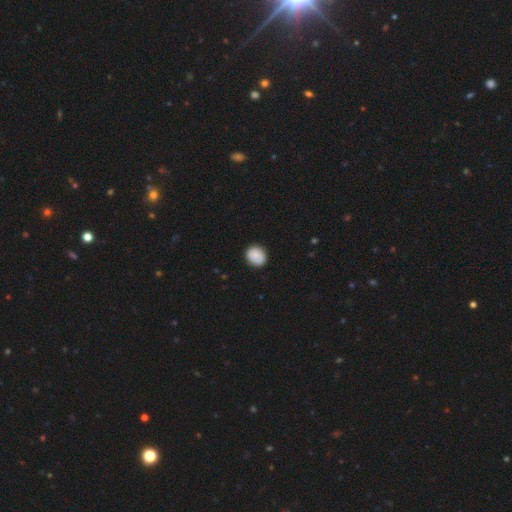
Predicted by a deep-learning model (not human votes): This is clearly a smooth galaxy (87%). How rounded: likely round (74%). Merging: clearly none (88%).